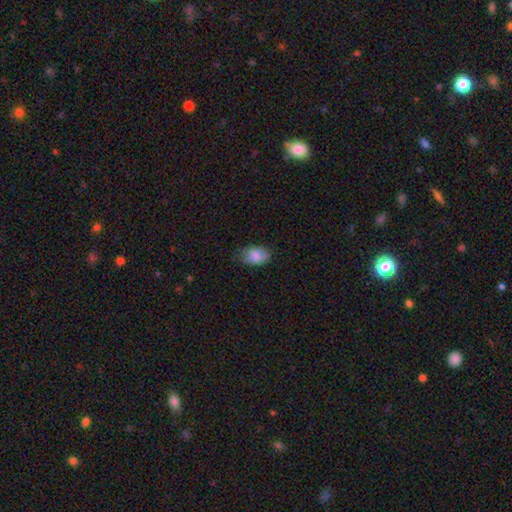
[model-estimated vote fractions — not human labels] A smooth galaxy with no disk features (82%) that is in between round and cigar-shaped (88%).

Vote fractions:
- Smooth or featured? smooth: 82% / featured or disk: 10% / star or artifact: 8%
- How rounded? in between: 88% / round: 11% / cigar-shaped: 1%
- Merging? none: 70% / minor disturbance: 24% / major disturbance: 5% / merger: 1%